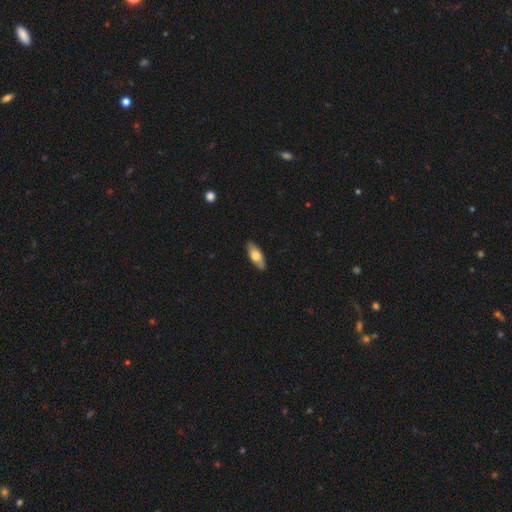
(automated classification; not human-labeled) Smooth or featured?
  - smooth: 65% *
  - featured or disk: 29%
  - star or artifact: 5%
How rounded?
  - in between: 76% *
  - cigar-shaped: 21%
  - round: 3%
Merging?
  - none: 87% *
  - minor disturbance: 10%
  - major disturbance: 2%
  - merger: 1%